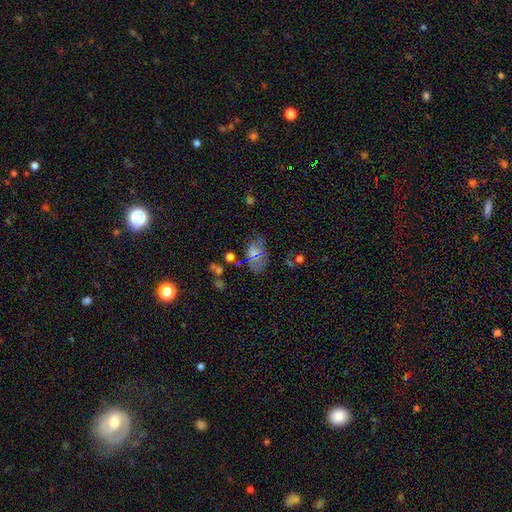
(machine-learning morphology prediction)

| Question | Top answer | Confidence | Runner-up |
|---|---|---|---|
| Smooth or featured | smooth | 45% | star or artifact (28%) |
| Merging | none | 55% | minor disturbance (23%) |